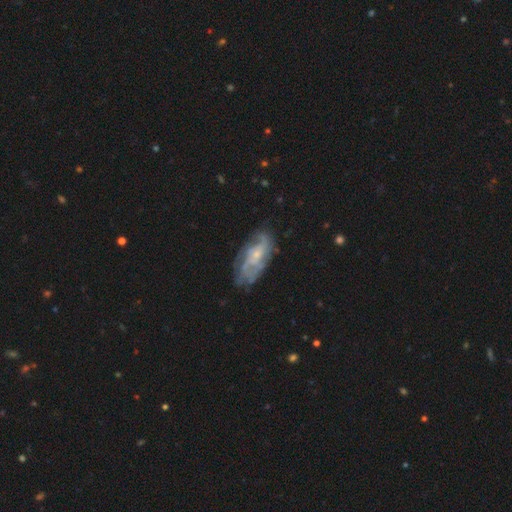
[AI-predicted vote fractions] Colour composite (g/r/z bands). It shows a featured or disk galaxy (75%) with no bar (69%), medium (39%, tied with tight) spiral arms (84%) and a small central bulge (69%). Merging: none (66%).